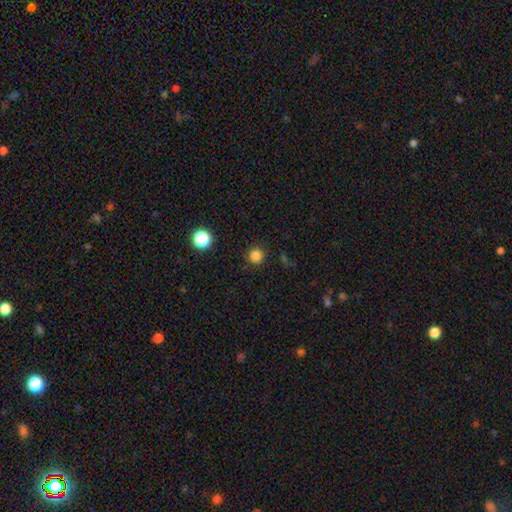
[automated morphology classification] A smooth galaxy with no disk features (82%) that is round (95%).

Vote fractions:
- Smooth or featured? smooth: 82% / star or artifact: 14% / featured or disk: 4%
- How rounded? round: 95% / in between: 4% / cigar-shaped: 1%
- Merging? none: 90% / minor disturbance: 6% / major disturbance: 2% / merger: 1%